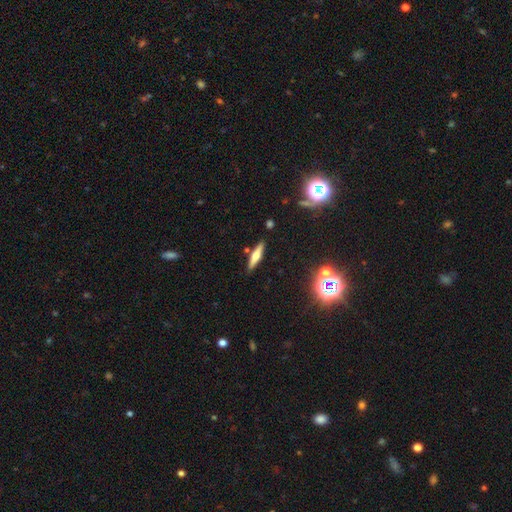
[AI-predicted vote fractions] Q: Smooth or featured?
A: featured or disk (48%); runner-up: smooth (42%)
Q: Merging?
A: none (86%); runner-up: minor disturbance (8%)